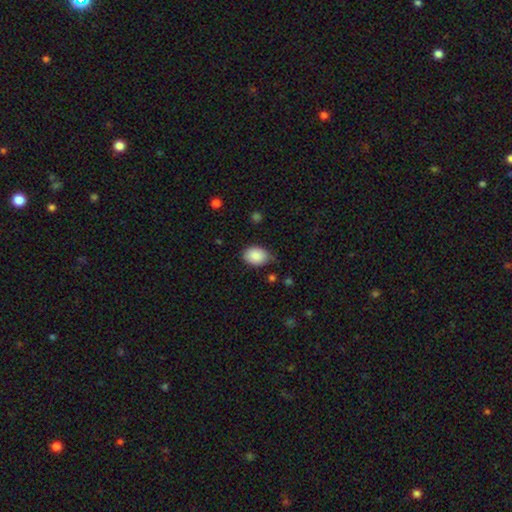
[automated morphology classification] Overall: smooth (88%). How rounded: in between (74%). Merging: none (74%).